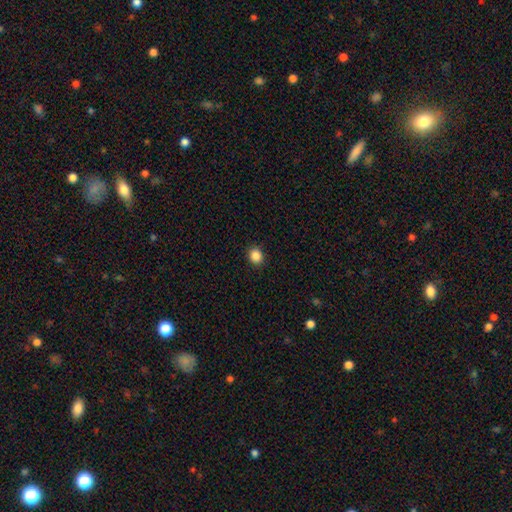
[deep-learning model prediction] Smooth or featured?
  - smooth: 86% *
  - star or artifact: 11%
  - featured or disk: 3%
How rounded?
  - round: 77% *
  - in between: 22%
  - cigar-shaped: 1%
Merging?
  - none: 91% *
  - minor disturbance: 6%
  - major disturbance: 2%
  - merger: 1%